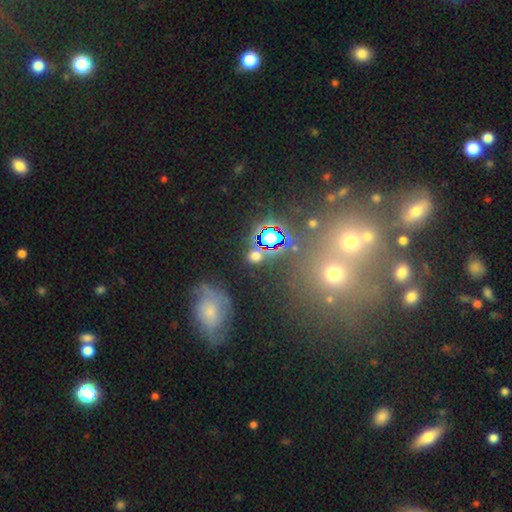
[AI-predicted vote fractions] Smooth or featured: star or artifact — 44% (tied with smooth — 44%)